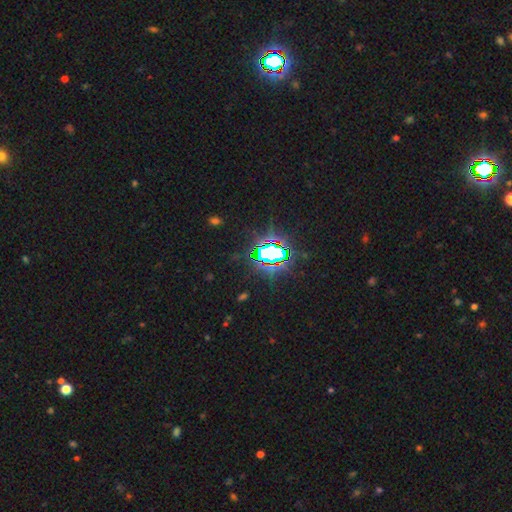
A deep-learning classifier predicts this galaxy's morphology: star or artifact 80%, smooth 11%, featured or disk 9%.